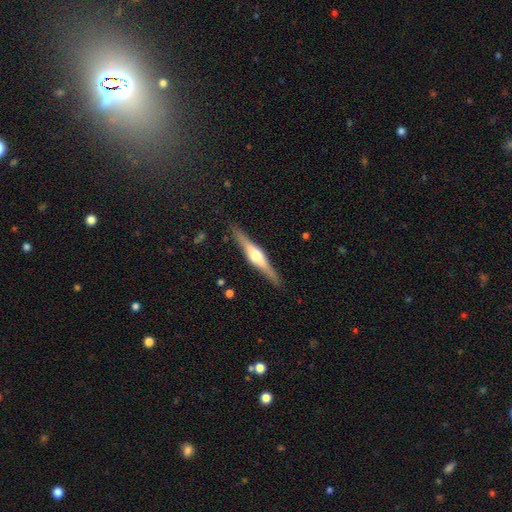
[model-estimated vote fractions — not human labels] This is likely a featured or disk galaxy (75%). It is clearly viewed edge-on (97%). Edge-on bulge: clearly rounded (91%). Merging: clearly none (89%).